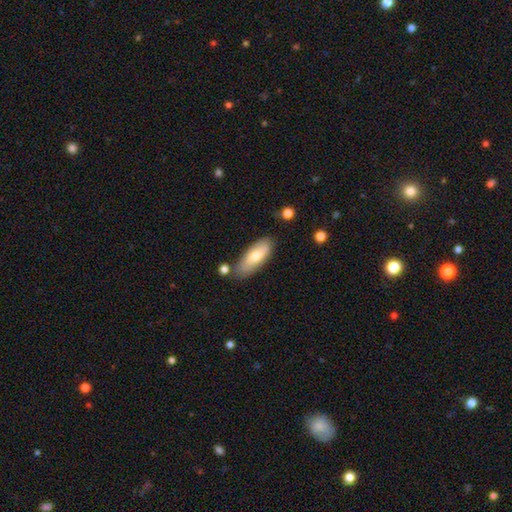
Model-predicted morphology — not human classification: Q: Smooth or featured?
A: smooth (70%); runner-up: featured or disk (24%)
Q: How rounded?
A: in between (72%); runner-up: cigar-shaped (26%)
Q: Merging?
A: none (74%); runner-up: minor disturbance (17%)